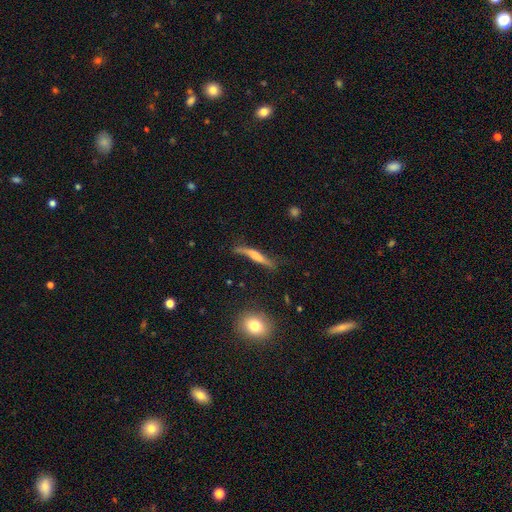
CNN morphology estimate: smooth-or-featured: smooth: 51% | featured or disk: 41% | star or artifact: 8%
  how-rounded: cigar-shaped: 89% | in between: 8% | round: 3%
  merging: none: 52% | minor disturbance: 30% | major disturbance: 13% | merger: 5%